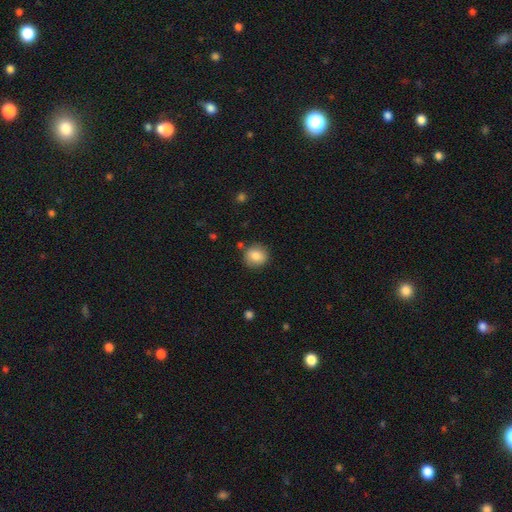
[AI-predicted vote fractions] Smooth or featured? Predicted: smooth (p=0.84). How rounded? Predicted: round (p=0.86). Merging? Predicted: none (p=0.84).